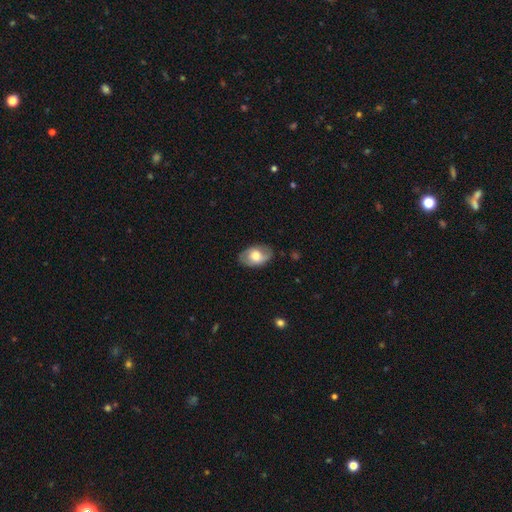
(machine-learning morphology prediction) Smooth or featured? smooth (54%)
How rounded? in between (86%)
Merging? none (78%)